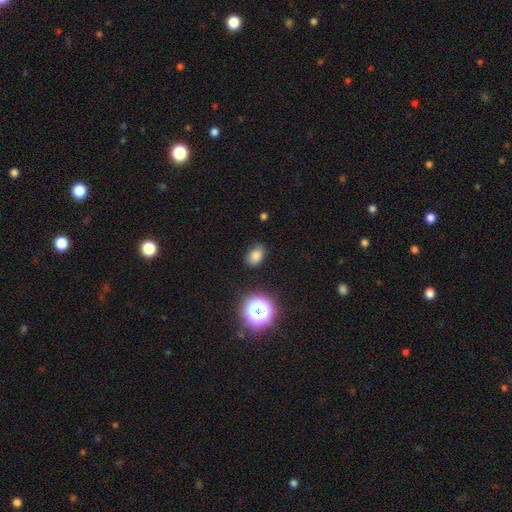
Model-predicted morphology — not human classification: A smooth galaxy with no disk features (78%) that is in between round and cigar-shaped (77%). Merging: none (79%).